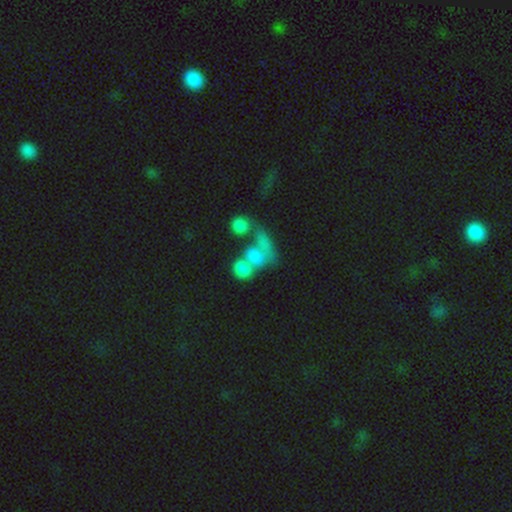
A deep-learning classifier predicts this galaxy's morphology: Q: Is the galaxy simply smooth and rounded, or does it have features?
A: smooth — 66%.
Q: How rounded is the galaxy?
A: in between — 63%.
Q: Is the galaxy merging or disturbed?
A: merger — 62%.